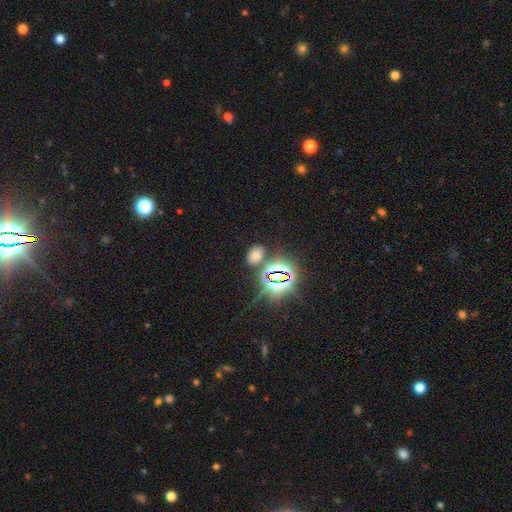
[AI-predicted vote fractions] Smooth or featured? smooth (55%)
How rounded? in between (82%)
Merging? none (78%)